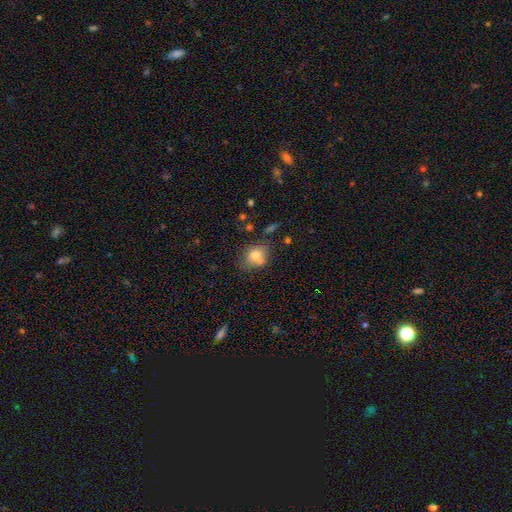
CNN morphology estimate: This appears to be a smooth galaxy with no disk features (76%) that is round (63%). Merging: none (60%).